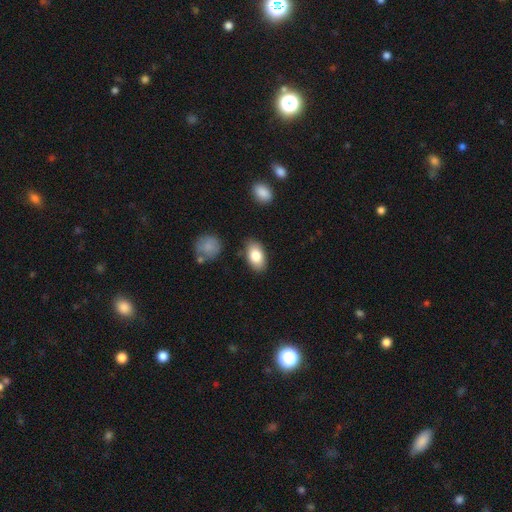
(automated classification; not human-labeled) A smooth galaxy with no disk features (82%) that is in between round and cigar-shaped (92%). Merging: none (83%).